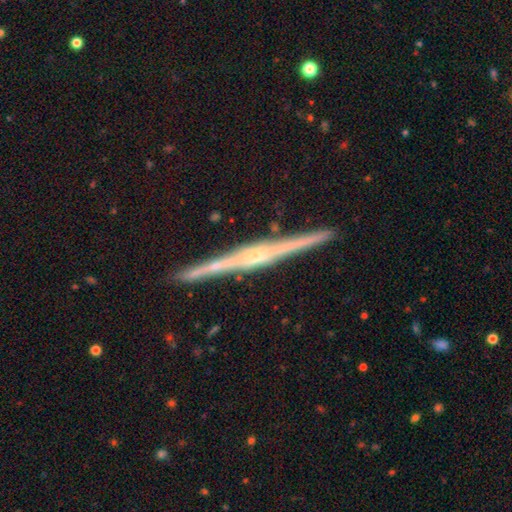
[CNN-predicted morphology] smooth_or_featured: featured or disk (p=0.87) [alt: smooth p=0.07]
disk_edge_on: yes (p=0.99) [alt: no p=0.01]
edge_on_bulge: rounded (p=0.61) [alt: none p=0.20]
merging: none (p=0.92) [alt: minor disturbance p=0.06]